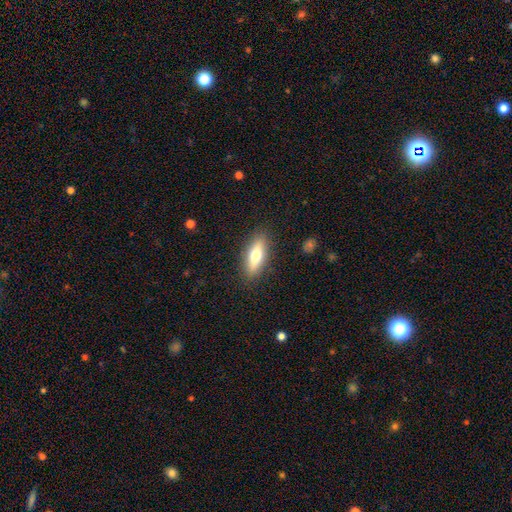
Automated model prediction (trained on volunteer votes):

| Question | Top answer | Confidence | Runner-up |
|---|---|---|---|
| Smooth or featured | smooth | 62% | featured or disk (32%) |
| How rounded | in between | 54% | cigar-shaped (43%) |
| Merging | none | 87% | minor disturbance (9%) |